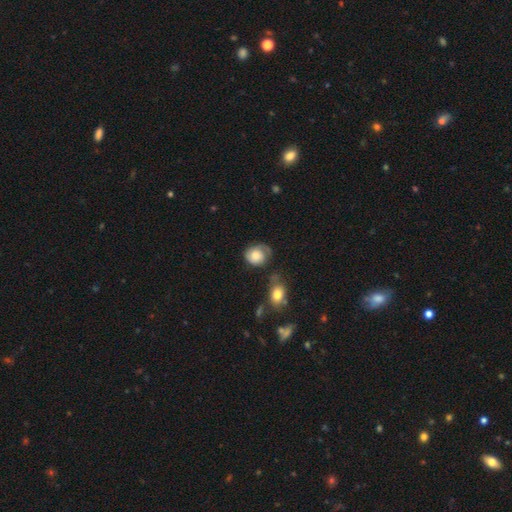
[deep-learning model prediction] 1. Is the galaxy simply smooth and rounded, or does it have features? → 61% smooth, 32% featured or disk, 8% star or artifact.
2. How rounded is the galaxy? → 63% round, 36% in between, 1% cigar-shaped.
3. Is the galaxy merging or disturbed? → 48% none, 30% minor disturbance, 17% major disturbance, 5% merger.